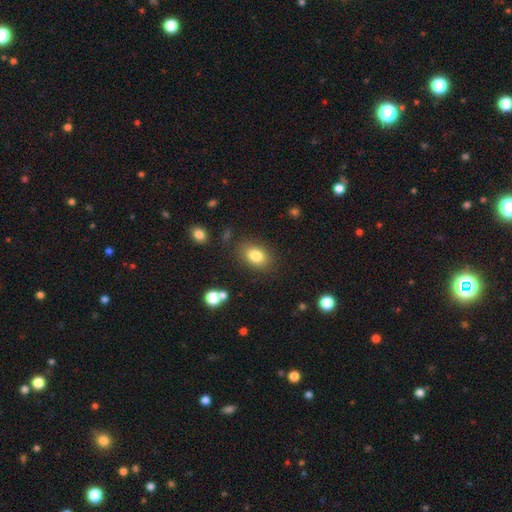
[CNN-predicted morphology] Smooth or featured? Predicted: smooth (p=0.82). How rounded? Predicted: in between (p=0.82). Merging? Predicted: none (p=0.81).